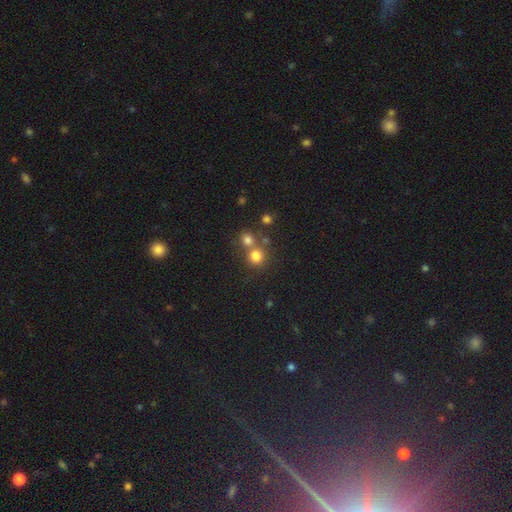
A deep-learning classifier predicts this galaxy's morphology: Overall: smooth (77%). How rounded: round (88%). Merging: none (53%; merger 37%).